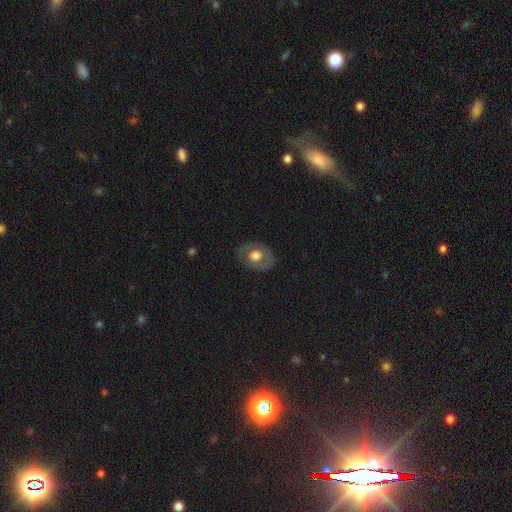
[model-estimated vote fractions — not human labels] Smooth or featured? Predicted: smooth (p=0.53). How rounded? Predicted: in between (p=0.62). Merging? Predicted: none (p=0.80).